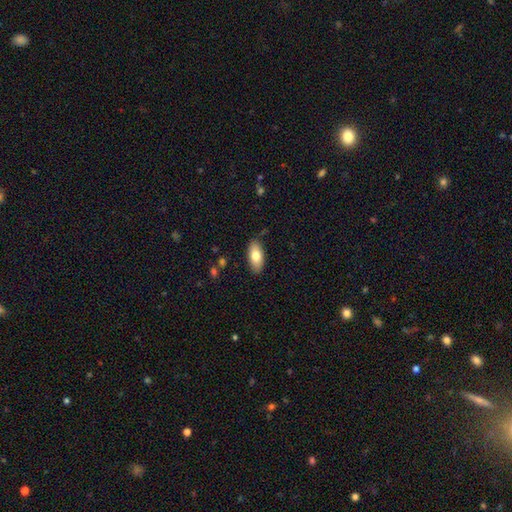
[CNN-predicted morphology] smooth-or-featured: smooth: 78% | featured or disk: 15% | star or artifact: 6%
  how-rounded: in between: 88% | cigar-shaped: 10% | round: 2%
  merging: none: 86% | minor disturbance: 10% | major disturbance: 2% | merger: 1%